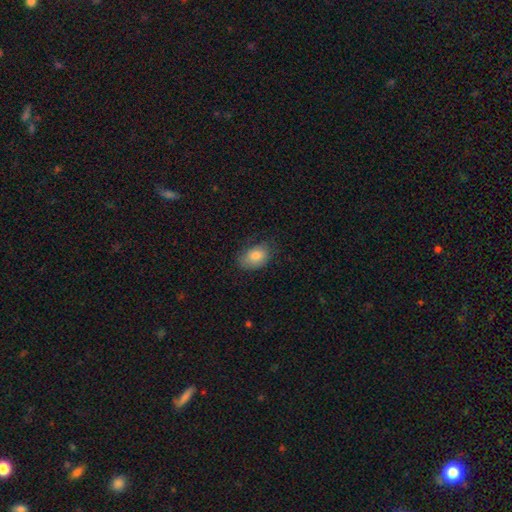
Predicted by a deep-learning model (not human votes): Smooth or featured: smooth — 82% (featured or disk — 10%)
How rounded: in between — 86% (round — 13%)
Merging: none — 69% (minor disturbance — 23%)